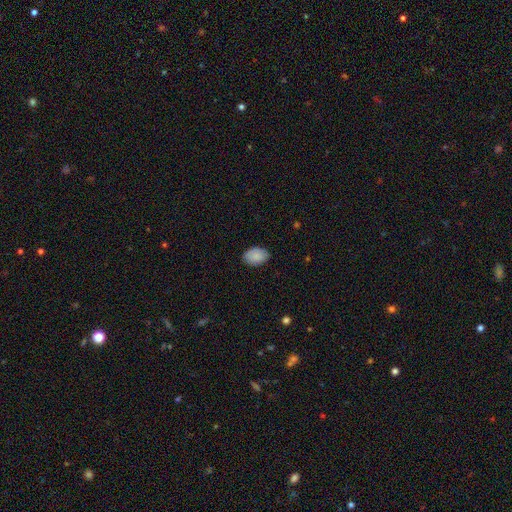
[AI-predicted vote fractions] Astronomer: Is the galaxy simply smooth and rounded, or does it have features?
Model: smooth — 88%.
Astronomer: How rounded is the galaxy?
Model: in between — 83%.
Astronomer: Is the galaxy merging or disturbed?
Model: none — 83%.